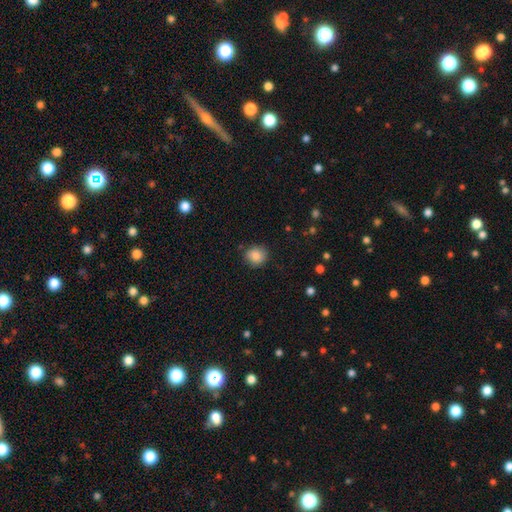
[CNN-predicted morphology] type=smooth (85%); roundness=round (83%); merging=none (84%).